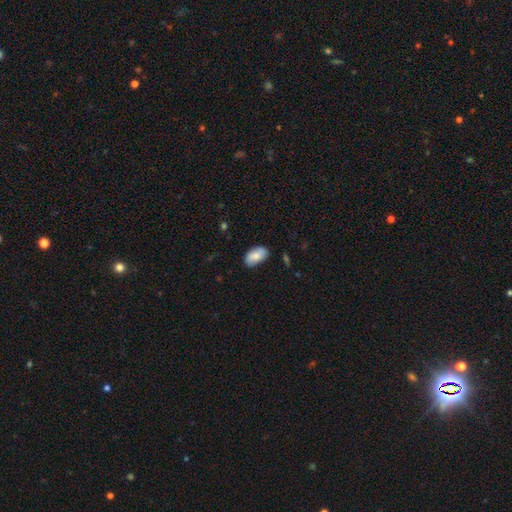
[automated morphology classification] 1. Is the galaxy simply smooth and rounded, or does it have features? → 79% smooth, 15% featured or disk, 6% star or artifact.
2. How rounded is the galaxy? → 94% in between, 4% round, 2% cigar-shaped.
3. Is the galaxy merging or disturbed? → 77% none, 18% minor disturbance, 3% major disturbance, 2% merger.